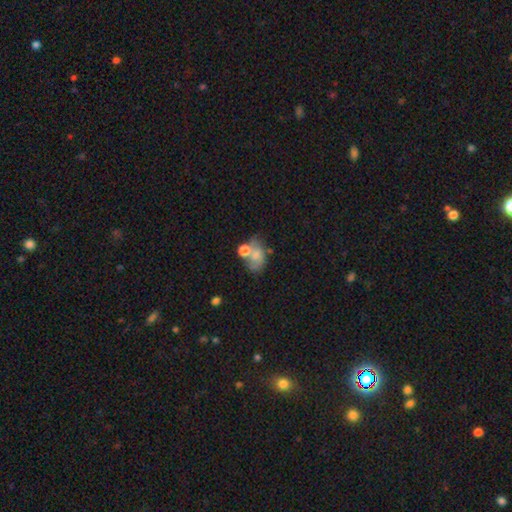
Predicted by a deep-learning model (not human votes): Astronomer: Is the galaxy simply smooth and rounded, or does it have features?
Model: smooth — 62%.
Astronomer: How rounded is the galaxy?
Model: in between — 75%.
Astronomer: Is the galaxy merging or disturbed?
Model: merger — 33%, tied with none at 33%.